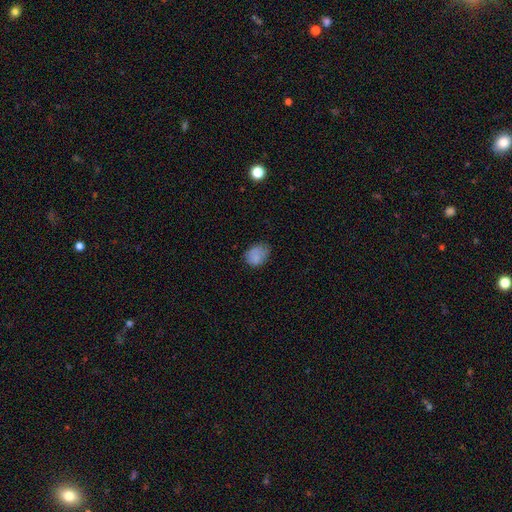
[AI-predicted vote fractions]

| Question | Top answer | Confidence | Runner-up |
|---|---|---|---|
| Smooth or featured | smooth | 82% | star or artifact (10%) |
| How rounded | in between | 66% | round (33%) |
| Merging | none | 55% | minor disturbance (34%) |